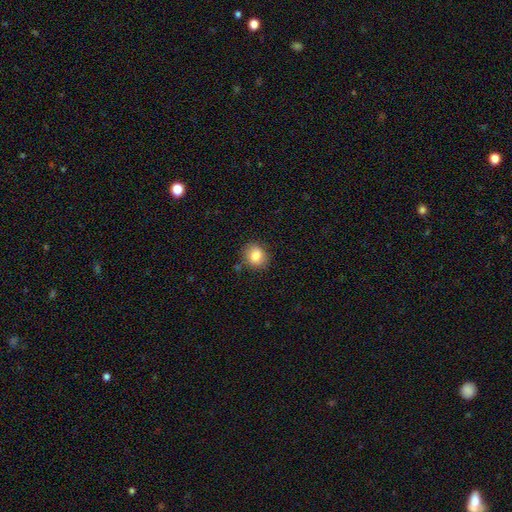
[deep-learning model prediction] Smooth or featured? smooth (82%)
How rounded? round (70%)
Merging? none (81%)